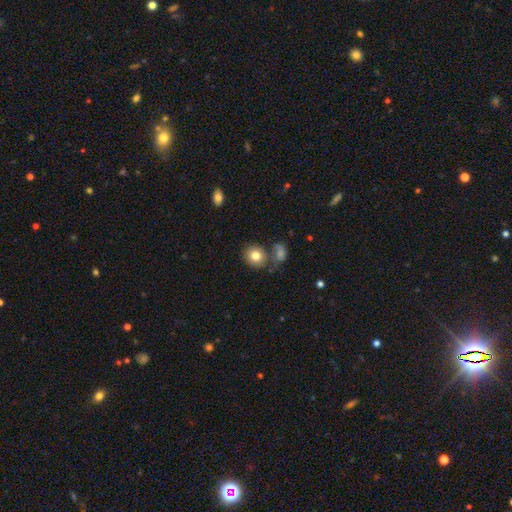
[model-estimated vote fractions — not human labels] Morphology: type=smooth (81%); roundness=round (78%); merging=none (69%).